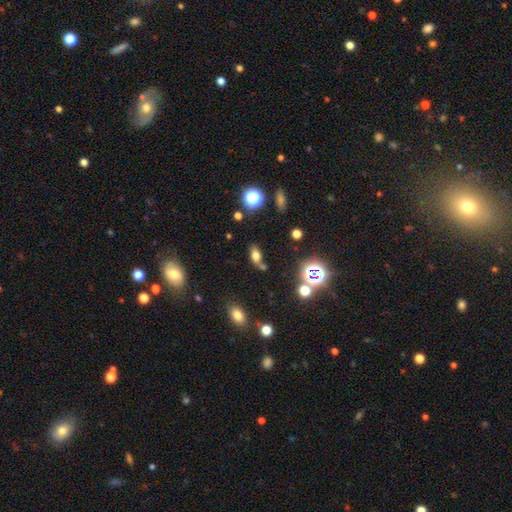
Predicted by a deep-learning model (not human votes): Smooth or featured? Predicted: smooth (p=0.67). How rounded? Predicted: in between (p=0.80). Merging? Predicted: none (p=0.58).